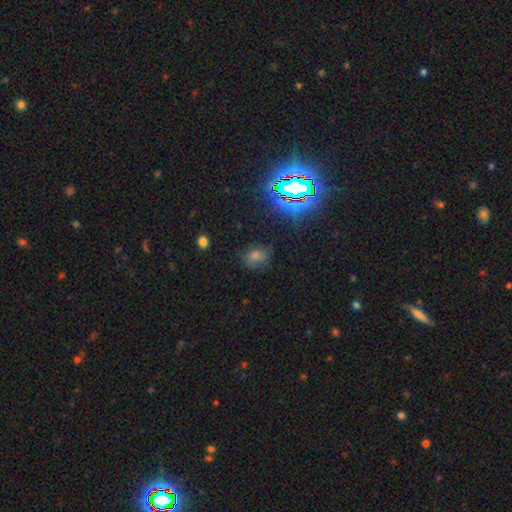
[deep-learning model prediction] Q: Smooth or featured?
A: star or artifact (47%); runner-up: smooth (40%)